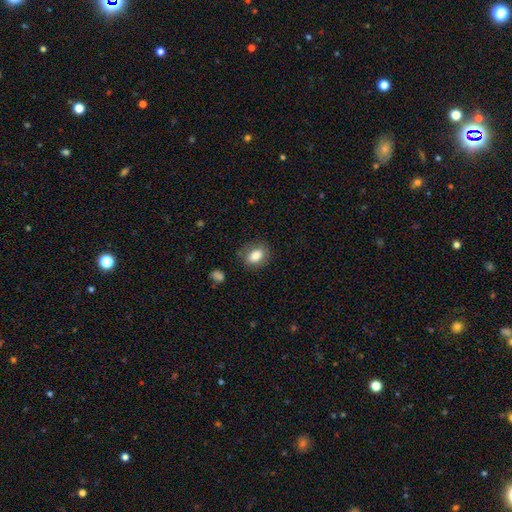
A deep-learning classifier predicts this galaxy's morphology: The model was most divided on "how rounded": in between: 69%, round: 29%, cigar-shaped: 2%. More confident: smooth or featured — smooth (81%); merging — none (77%).